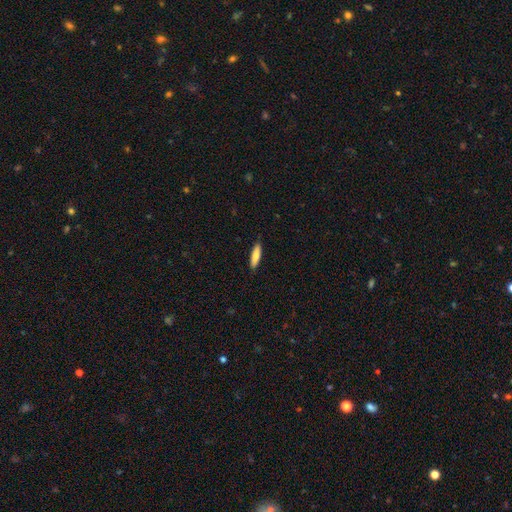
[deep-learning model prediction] The model was most divided on "how rounded": cigar-shaped: 70%, in between: 28%, round: 1%. More confident: merging — none (89%); smooth or featured — smooth (82%).